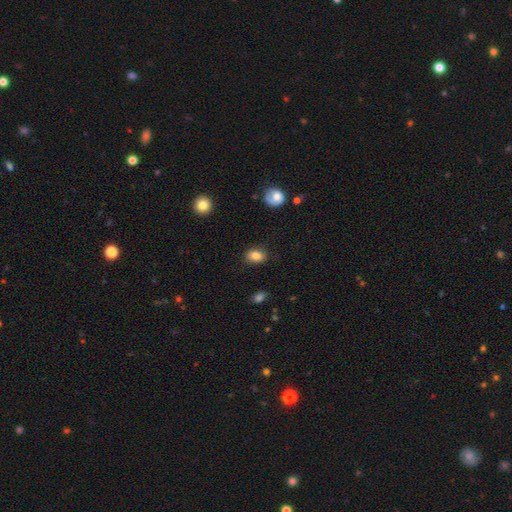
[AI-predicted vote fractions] A smooth galaxy with no disk features (83%) that is in between round and cigar-shaped (76%).

Vote fractions:
- Smooth or featured? smooth: 83% / star or artifact: 9% / featured or disk: 7%
- How rounded? in between: 76% / round: 22% / cigar-shaped: 2%
- Merging? none: 82% / minor disturbance: 13% / major disturbance: 3% / merger: 1%